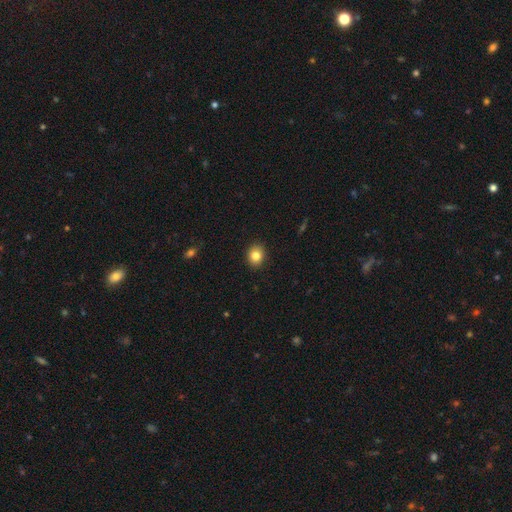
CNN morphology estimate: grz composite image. It shows a smooth galaxy with no disk features (83%) that is round (64%). Merging: none (91%).